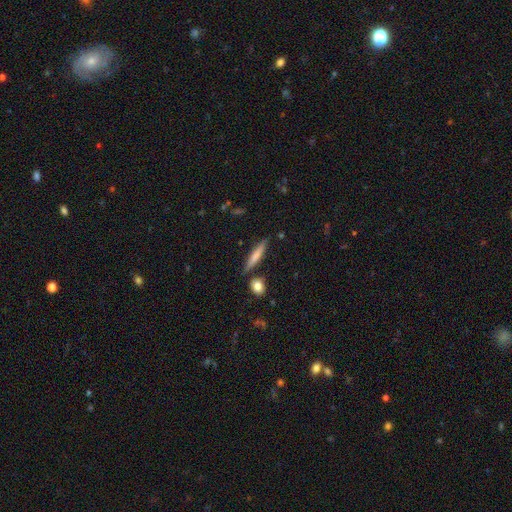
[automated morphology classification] Q: Smooth or featured?
A: smooth (62%); runner-up: featured or disk (31%)
Q: How rounded?
A: cigar-shaped (88%); runner-up: in between (10%)
Q: Merging?
A: none (82%); runner-up: minor disturbance (11%)